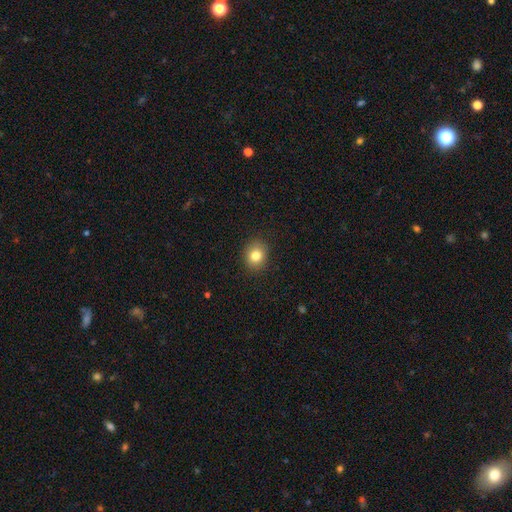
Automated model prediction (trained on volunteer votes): Smooth or featured? Predicted: smooth (p=0.82). How rounded? Predicted: round (p=0.69). Merging? Predicted: none (p=0.89).